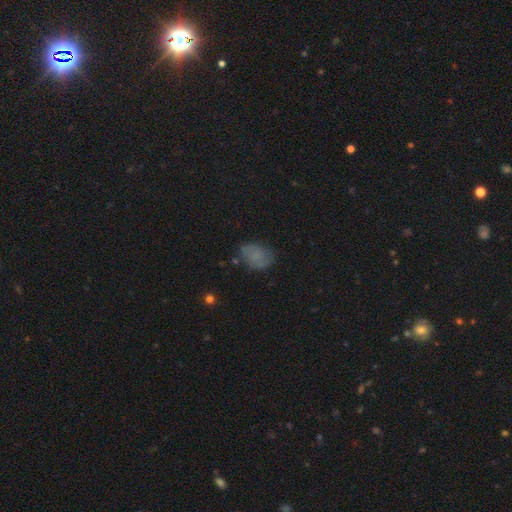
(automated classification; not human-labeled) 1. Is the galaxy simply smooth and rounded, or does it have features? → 68% smooth, 17% featured or disk, 15% star or artifact.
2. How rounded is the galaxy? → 75% in between, 24% round, 1% cigar-shaped.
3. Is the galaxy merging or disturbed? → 65% none, 24% minor disturbance, 9% major disturbance, 3% merger.